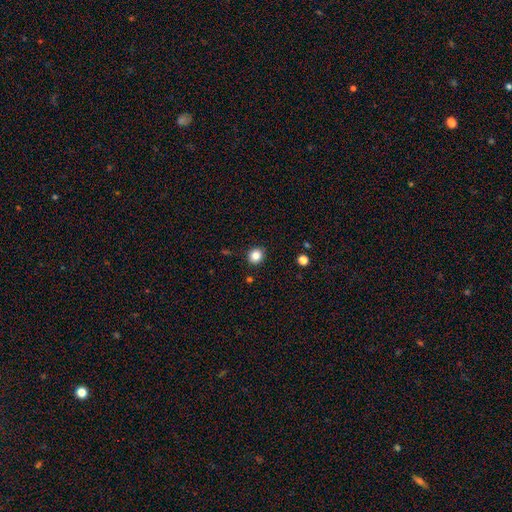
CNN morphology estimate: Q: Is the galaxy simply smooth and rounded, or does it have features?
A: smooth — 85%.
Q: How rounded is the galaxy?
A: round — 78%.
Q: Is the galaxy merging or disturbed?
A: none — 90%.